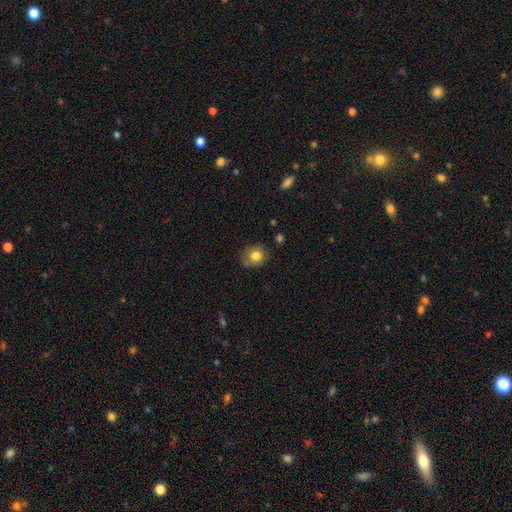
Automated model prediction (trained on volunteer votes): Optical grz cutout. It shows a smooth galaxy with no disk features (81%) that is round (79%). Merging: none (74%).